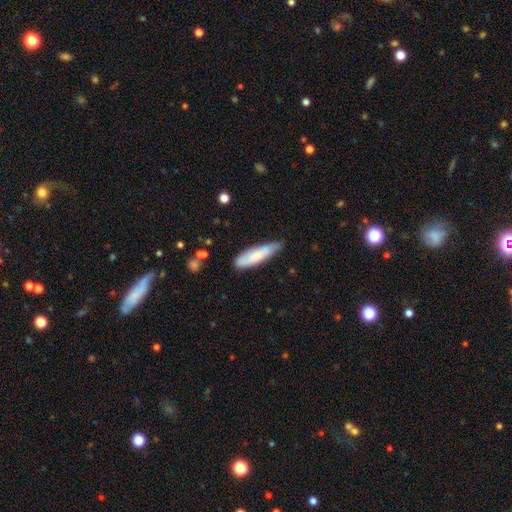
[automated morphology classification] Smooth or featured? Predicted: smooth (p=0.76). How rounded? Predicted: cigar-shaped (p=0.67). Merging? Predicted: none (p=0.69).